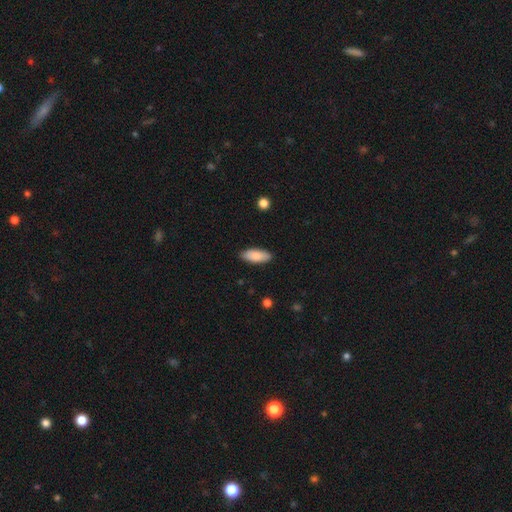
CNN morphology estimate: A smooth galaxy with no disk features (86%) that is in between round and cigar-shaped (80%).

Vote fractions:
- Smooth or featured? smooth: 86% / featured or disk: 9% / star or artifact: 6%
- How rounded? in between: 80% / cigar-shaped: 18% / round: 2%
- Merging? none: 88% / minor disturbance: 9% / major disturbance: 2% / merger: 1%